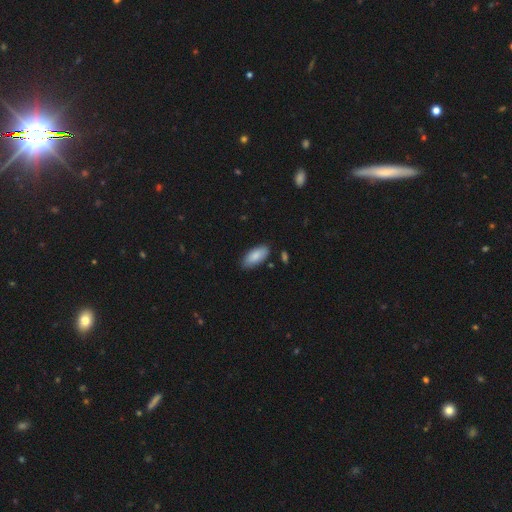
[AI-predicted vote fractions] A smooth galaxy with no disk features (85%) that is in between round and cigar-shaped (88%). Merging: none (82%).